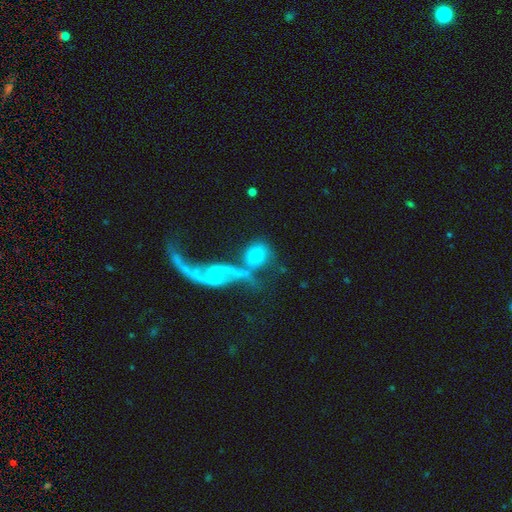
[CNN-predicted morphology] This appears to be a smooth galaxy with no disk features (57%) that is round (54%). Merging: none (39%).